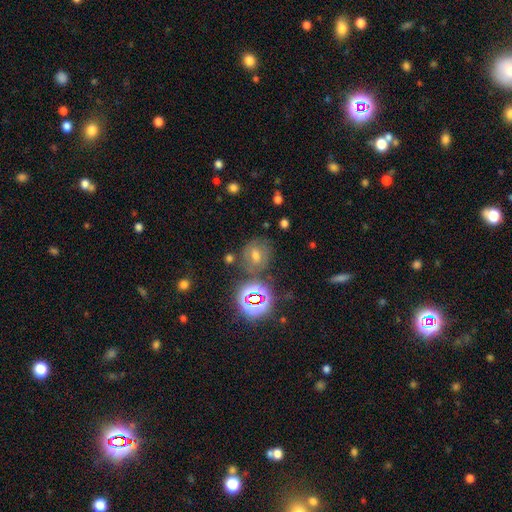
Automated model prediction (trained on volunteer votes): star or artifact 40%, smooth 37%, featured or disk 22%.